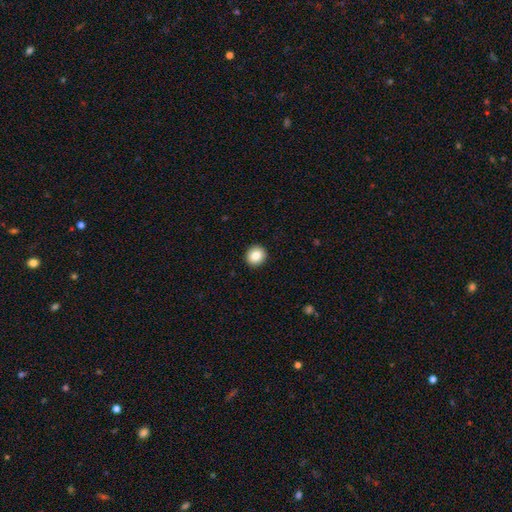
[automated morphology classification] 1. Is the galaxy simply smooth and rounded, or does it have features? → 85% smooth, 9% star or artifact, 6% featured or disk.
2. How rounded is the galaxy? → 87% round, 13% in between, 1% cigar-shaped.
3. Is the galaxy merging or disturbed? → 93% none, 5% minor disturbance, 2% major disturbance, 1% merger.